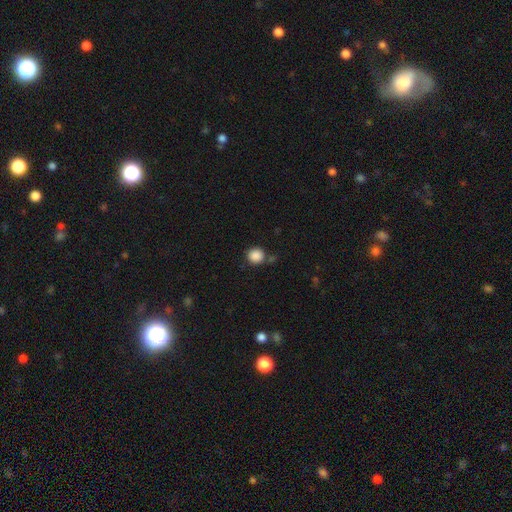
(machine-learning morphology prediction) Smooth or featured?
  - smooth: 87% *
  - star or artifact: 10%
  - featured or disk: 3%
How rounded?
  - round: 92% *
  - in between: 7%
  - cigar-shaped: 1%
Merging?
  - none: 78% *
  - minor disturbance: 10%
  - merger: 8%
  - major disturbance: 3%